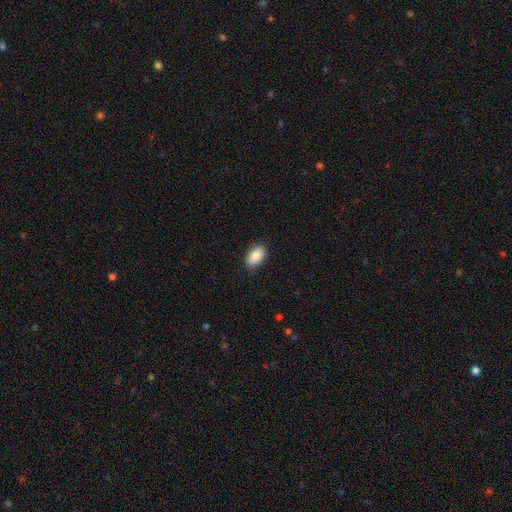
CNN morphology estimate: Smooth or featured? Predicted: smooth (p=0.88). How rounded? Predicted: in between (p=0.93). Merging? Predicted: none (p=0.85).